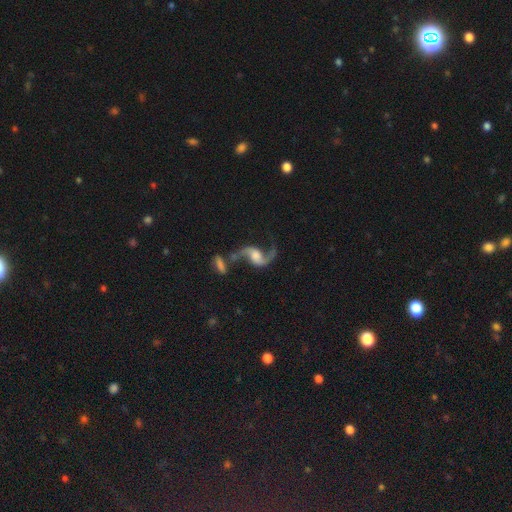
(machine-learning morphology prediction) Overall: featured or disk (88%). Edge-on disk: no (96%). Bar: no (50%; weak 37%). Spiral arms: yes (96%). Spiral arm count: 2 (91%). Spiral winding: loose (82%). Bulge size: moderate (32%; large 27%). Merging: none (52%; merger 21%).